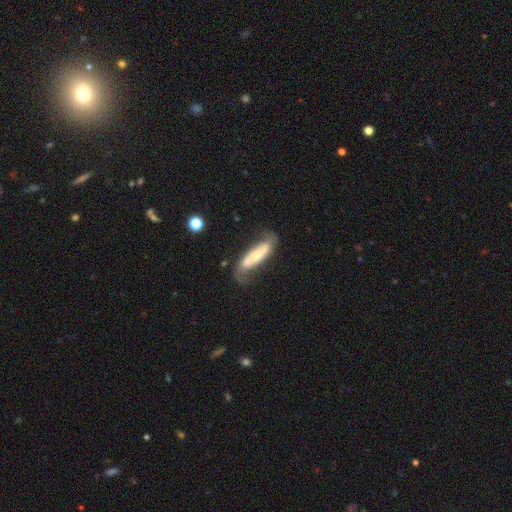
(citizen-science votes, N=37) A featured or disk galaxy (51%) with no bar (46%), 2 (90%) loose (80%) spiral arms (77%) and a small central bulge (69%). Merging: none (56%).